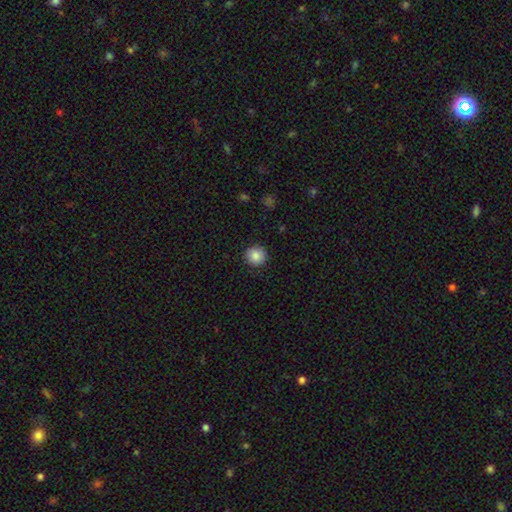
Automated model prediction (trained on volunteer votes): Smooth or featured? Predicted: smooth (p=0.86). How rounded? Predicted: round (p=0.92). Merging? Predicted: none (p=0.90).